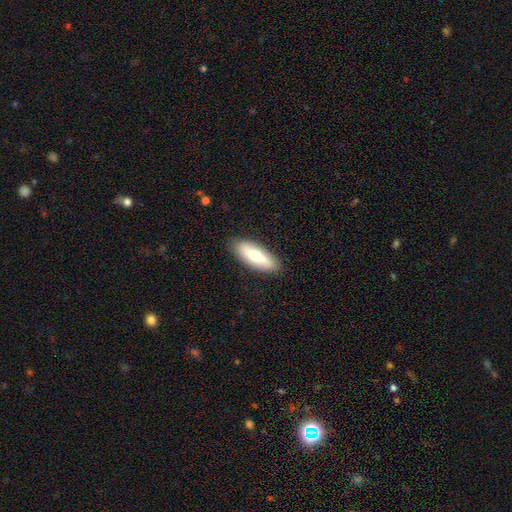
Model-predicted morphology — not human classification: type=smooth (70%); roundness=in between (63%); merging=none (88%).